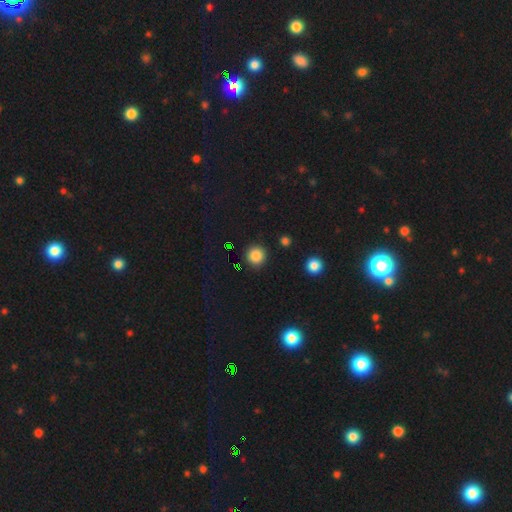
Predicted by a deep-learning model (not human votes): smooth-or-featured: smooth: 81% | star or artifact: 15% | featured or disk: 4%
  how-rounded: round: 95% | in between: 4% | cigar-shaped: 1%
  merging: none: 90% | minor disturbance: 6% | major disturbance: 2% | merger: 2%